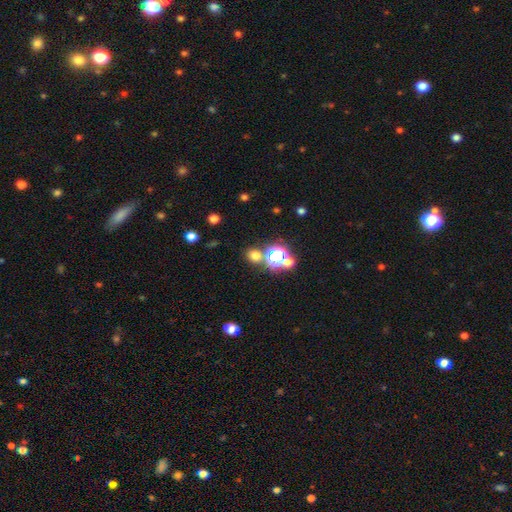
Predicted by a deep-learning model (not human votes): Smooth or featured? smooth (63%)
How rounded? round (74%)
Merging? none (73%)